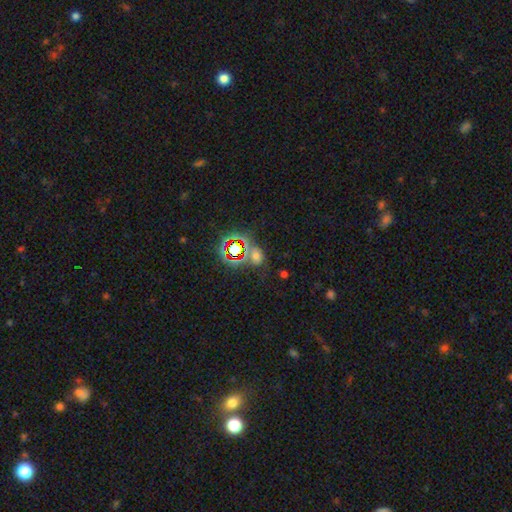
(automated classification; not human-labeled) Overall: star or artifact (45%; smooth 44%).